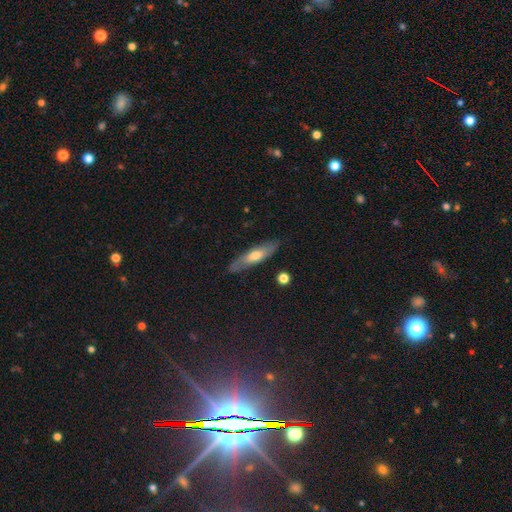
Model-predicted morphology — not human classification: type=smooth (47%); merging=none (83%).